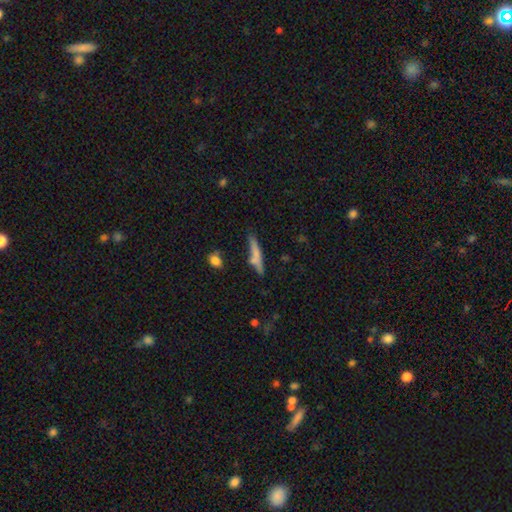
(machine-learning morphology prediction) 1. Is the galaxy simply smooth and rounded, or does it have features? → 64% smooth, 29% featured or disk, 7% star or artifact.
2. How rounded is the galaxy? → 89% cigar-shaped, 9% in between, 2% round.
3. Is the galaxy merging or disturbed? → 63% none, 19% minor disturbance, 12% merger, 6% major disturbance.